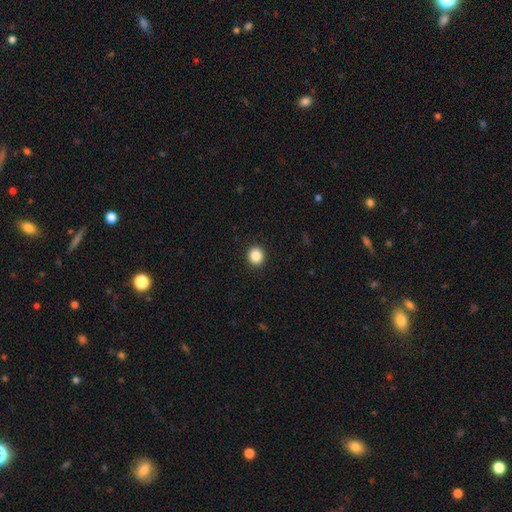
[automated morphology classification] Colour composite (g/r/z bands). It shows a smooth galaxy with no disk features (87%) that is round (85%). Merging: none (92%).